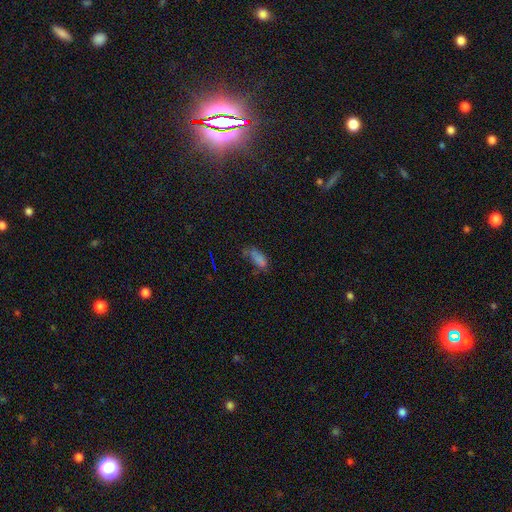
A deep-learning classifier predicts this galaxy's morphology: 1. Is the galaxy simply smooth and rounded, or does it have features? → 59% smooth, 27% star or artifact, 14% featured or disk.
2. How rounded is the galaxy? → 77% in between, 18% cigar-shaped, 5% round.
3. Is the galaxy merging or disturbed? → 42% none, 27% minor disturbance, 23% major disturbance, 8% merger.